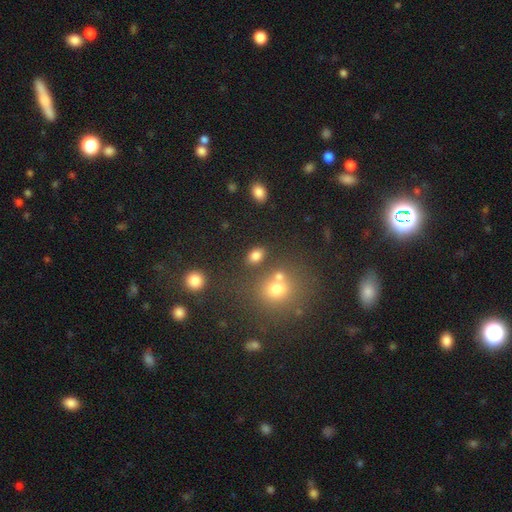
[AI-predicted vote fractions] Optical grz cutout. It shows a smooth galaxy with no disk features (81%) that is in between round and cigar-shaped (77%). Merging: none (77%).